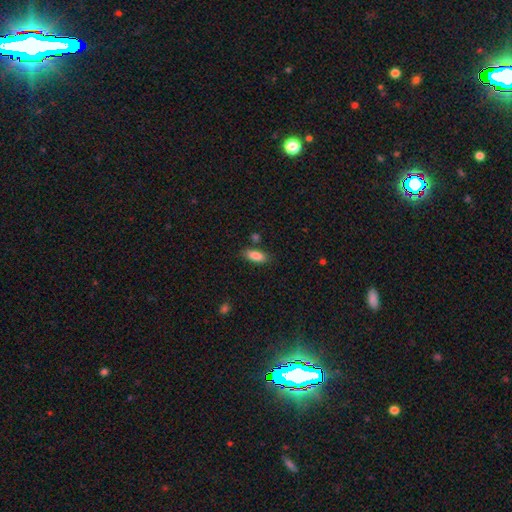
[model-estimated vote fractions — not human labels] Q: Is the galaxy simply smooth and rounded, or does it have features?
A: smooth — 87%.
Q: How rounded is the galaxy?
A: in between — 80%.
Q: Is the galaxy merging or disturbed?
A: none — 79%.